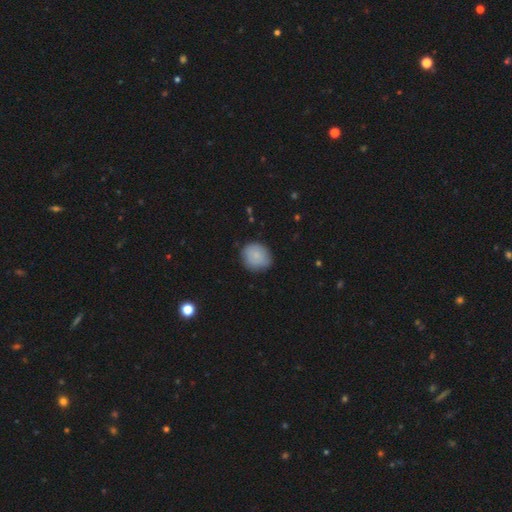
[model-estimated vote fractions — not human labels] smooth_or_featured: smooth (p=0.84) [alt: featured or disk p=0.09]
how_rounded: round (p=0.79) [alt: in between p=0.20]
merging: none (p=0.81) [alt: minor disturbance p=0.15]